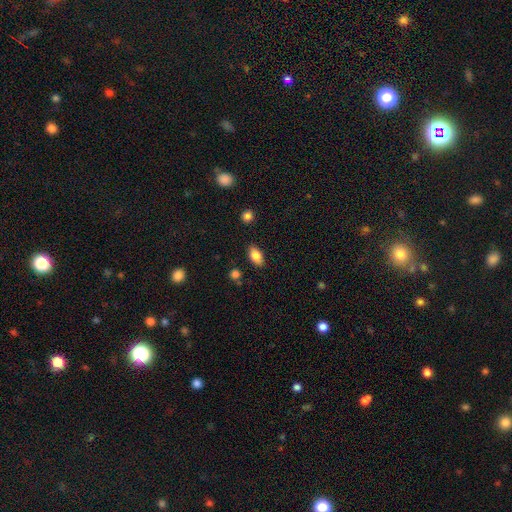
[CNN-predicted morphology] type=smooth (82%); roundness=in between (90%); merging=none (86%).